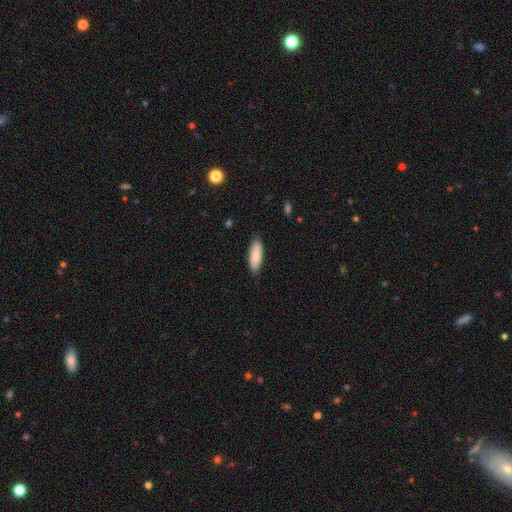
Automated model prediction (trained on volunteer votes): The model was most divided on "how rounded": in between: 67%, cigar-shaped: 31%, round: 2%. More confident: merging — none (85%); smooth or featured — smooth (82%).